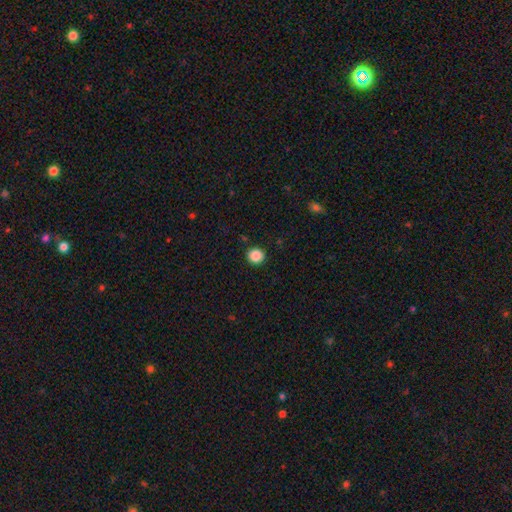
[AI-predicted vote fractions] This is clearly a smooth galaxy (88%). How rounded: clearly round (92%). Merging: clearly none (92%).